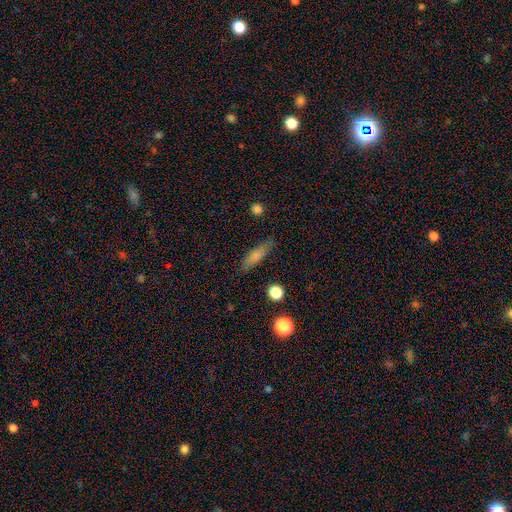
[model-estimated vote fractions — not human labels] This appears to be a smooth galaxy with no disk features (75%) that is cigar-shaped (64%). Merging: none (83%).